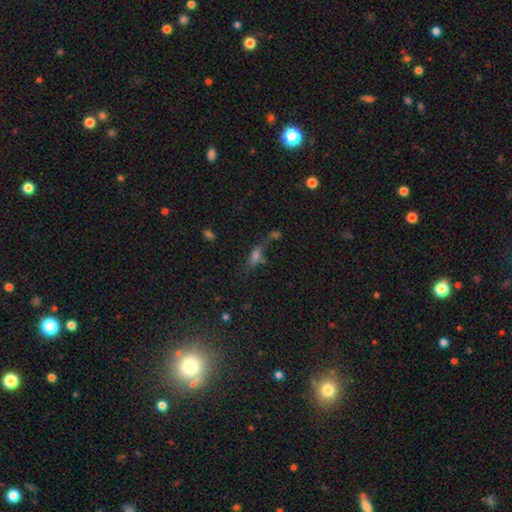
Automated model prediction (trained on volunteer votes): Smooth or featured? smooth (55%)
How rounded? in between (57%)
Merging? none (45%)